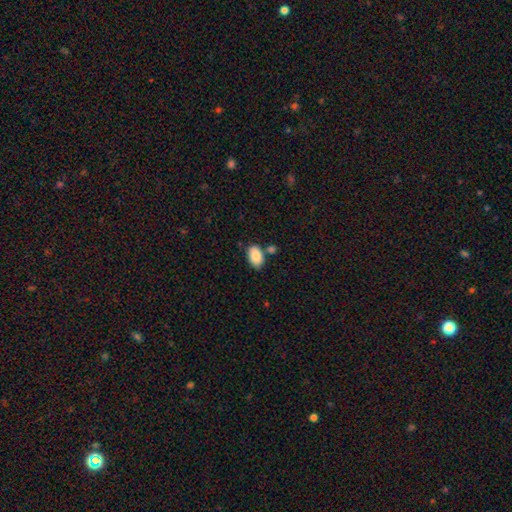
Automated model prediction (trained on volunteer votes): Smooth or featured: smooth — 88% (star or artifact — 7%)
How rounded: in between — 92% (round — 7%)
Merging: none — 71% (minor disturbance — 14%)